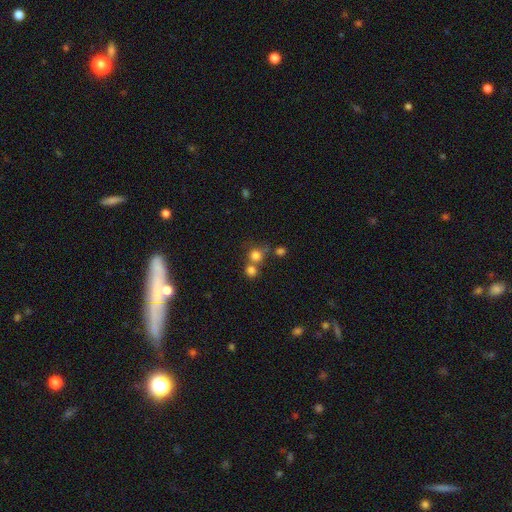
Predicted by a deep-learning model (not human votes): smooth_or_featured: smooth (p=0.77) [alt: star or artifact p=0.14]
how_rounded: round (p=0.87) [alt: in between p=0.12]
merging: none (p=0.51) [alt: merger p=0.36]